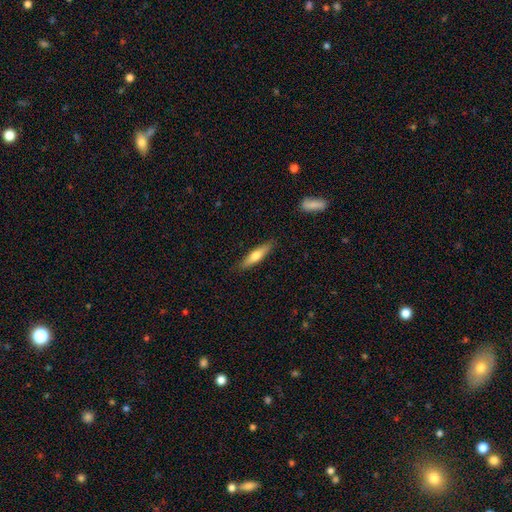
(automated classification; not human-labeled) Overall: smooth (60%; featured or disk 34%). How rounded: cigar-shaped (75%). Merging: none (86%).